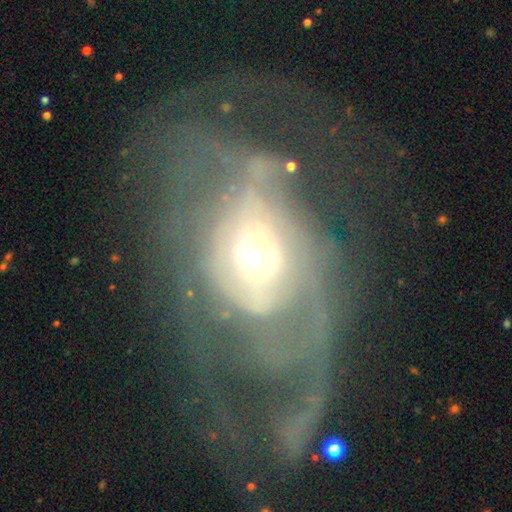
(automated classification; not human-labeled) This appears to be a featured or disk galaxy (68%) with no bar (66%), no spiral arms (51%) and a moderate central bulge (61%). Merging: major disturbance (54%).